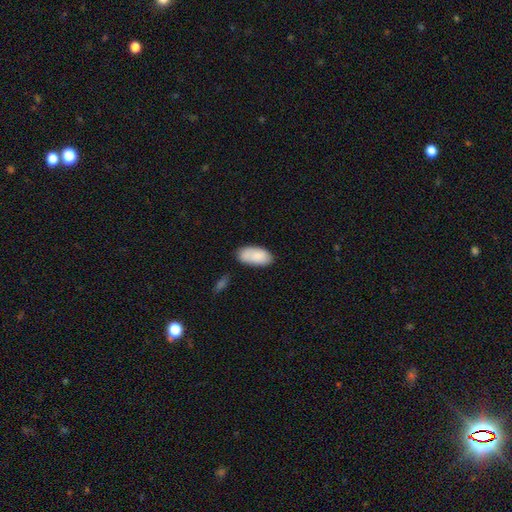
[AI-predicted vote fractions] smooth-or-featured: smooth: 86% | featured or disk: 8% | star or artifact: 6%
  how-rounded: in between: 94% | cigar-shaped: 4% | round: 2%
  merging: none: 70% | minor disturbance: 20% | merger: 6% | major disturbance: 4%